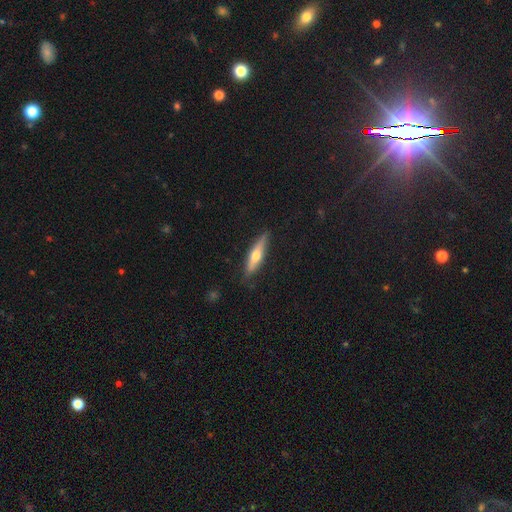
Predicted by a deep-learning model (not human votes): Smooth or featured?
  - featured or disk: 51% *
  - smooth: 43%
  - star or artifact: 6%
Edge-on disk?
  - yes: 92% *
  - no: 8%
Merging?
  - none: 85% *
  - minor disturbance: 12%
  - major disturbance: 2%
  - merger: 1%